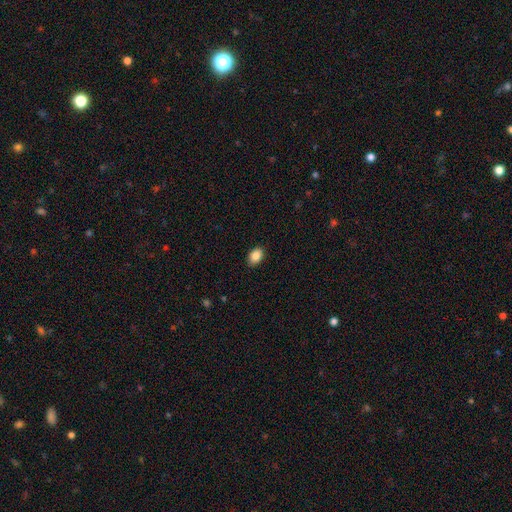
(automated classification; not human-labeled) smooth_or_featured: smooth (p=0.87) [alt: star or artifact p=0.08]
how_rounded: in between (p=0.85) [alt: round p=0.13]
merging: none (p=0.89) [alt: minor disturbance p=0.08]